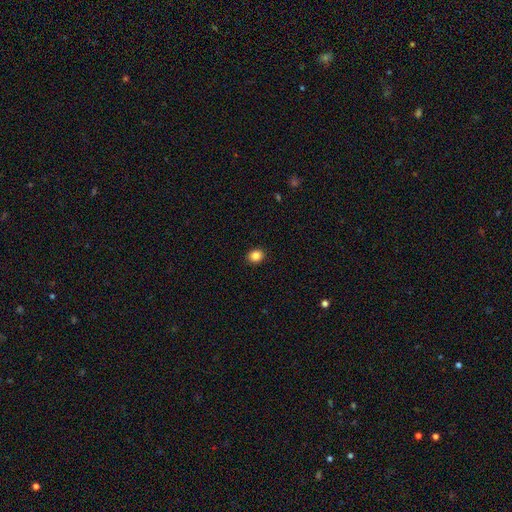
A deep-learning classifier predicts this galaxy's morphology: Smooth or featured?
  - smooth: 85% *
  - star or artifact: 10%
  - featured or disk: 4%
How rounded?
  - round: 66% *
  - in between: 33%
  - cigar-shaped: 1%
Merging?
  - none: 92% *
  - minor disturbance: 5%
  - major disturbance: 2%
  - merger: 1%